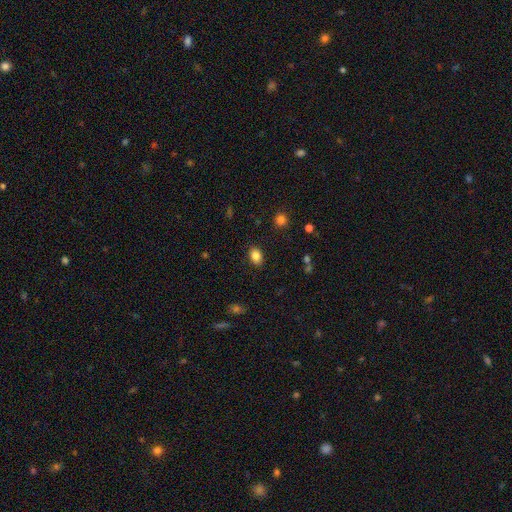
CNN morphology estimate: smooth_or_featured: smooth (p=0.85) [alt: star or artifact p=0.10]
how_rounded: in between (p=0.77) [alt: round p=0.22]
merging: none (p=0.87) [alt: minor disturbance p=0.09]